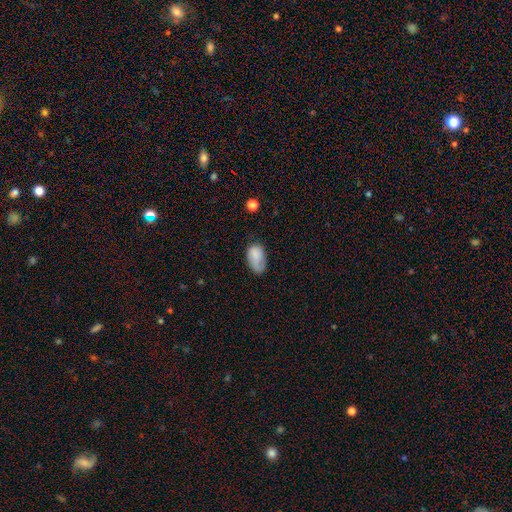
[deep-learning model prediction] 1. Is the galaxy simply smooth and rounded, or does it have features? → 79% smooth, 14% featured or disk, 8% star or artifact.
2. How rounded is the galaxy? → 92% in between, 6% round, 1% cigar-shaped.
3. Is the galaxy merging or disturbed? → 50% none, 32% minor disturbance, 15% major disturbance, 3% merger.